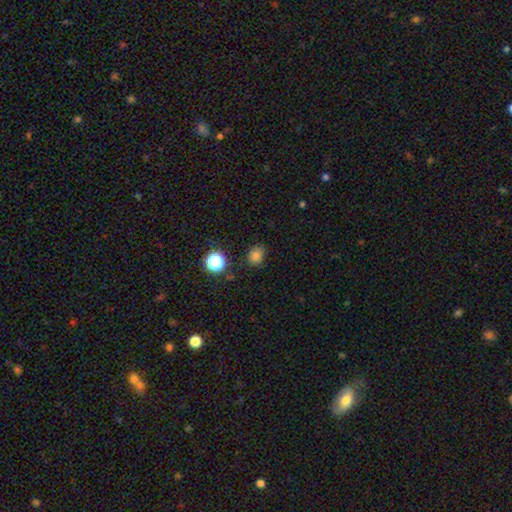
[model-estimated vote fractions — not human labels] smooth 78%, star or artifact 16%, featured or disk 5%. Down the decision tree: how rounded — round (65%); merging — none (80%).